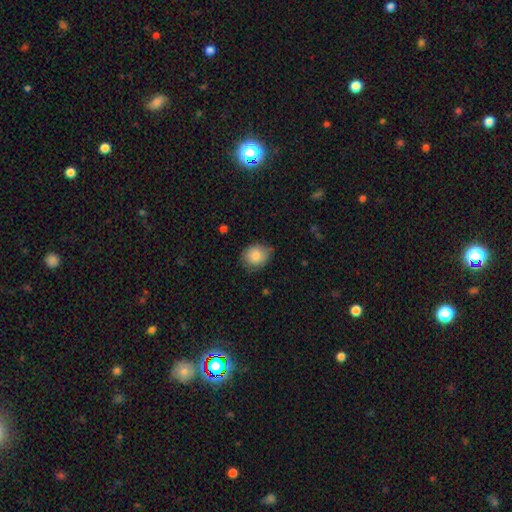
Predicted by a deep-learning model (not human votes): Smooth or featured? smooth (85%)
How rounded? round (60%)
Merging? none (70%)